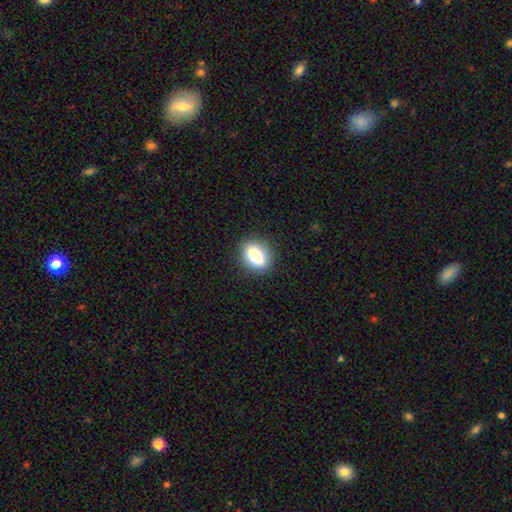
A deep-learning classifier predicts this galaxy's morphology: type=smooth (83%); roundness=in between (77%); merging=none (88%).